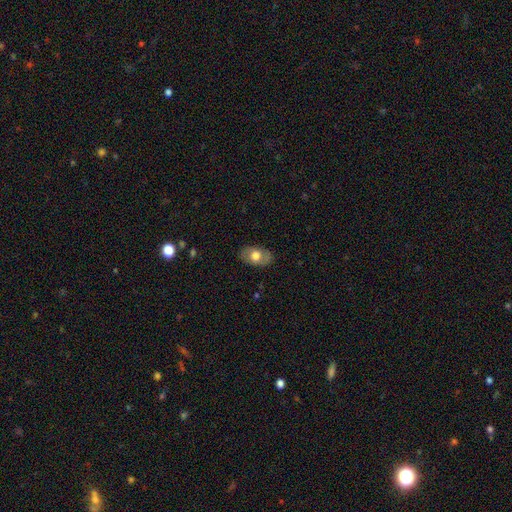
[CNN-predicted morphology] smooth_or_featured: smooth (p=0.61) [alt: featured or disk p=0.32]
how_rounded: in between (p=0.88) [alt: round p=0.10]
merging: none (p=0.83) [alt: minor disturbance p=0.13]